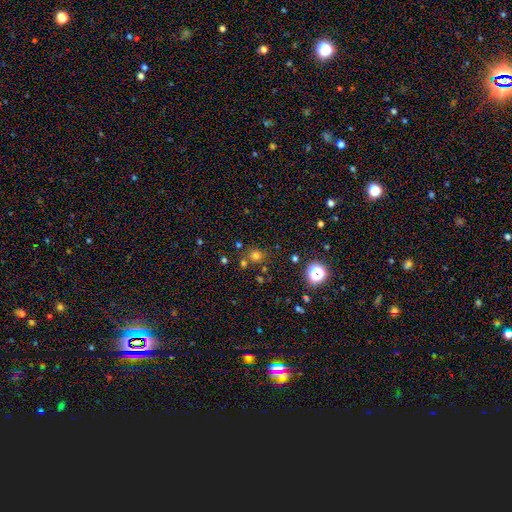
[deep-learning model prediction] A smooth galaxy with no disk features (67%) that is round (87%).

Vote fractions:
- Smooth or featured? smooth: 67% / star or artifact: 26% / featured or disk: 7%
- How rounded? round: 87% / in between: 12% / cigar-shaped: 1%
- Merging? none: 74% / merger: 12% / minor disturbance: 10% / major disturbance: 4%